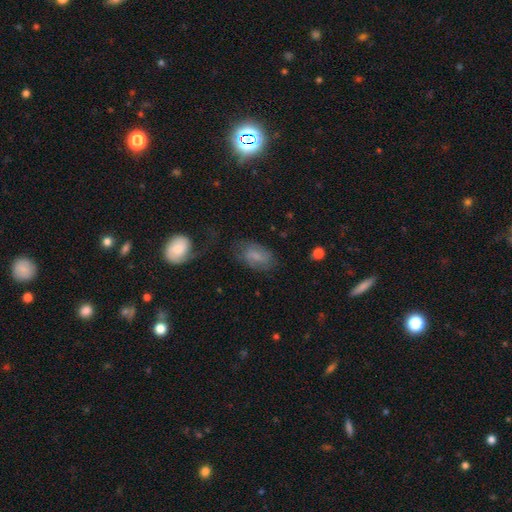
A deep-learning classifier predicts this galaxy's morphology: Smooth or featured?
  - smooth: 54% *
  - featured or disk: 35%
  - star or artifact: 10%
How rounded?
  - in between: 90% *
  - round: 8%
  - cigar-shaped: 3%
Merging?
  - none: 54% *
  - minor disturbance: 23%
  - major disturbance: 19%
  - merger: 4%